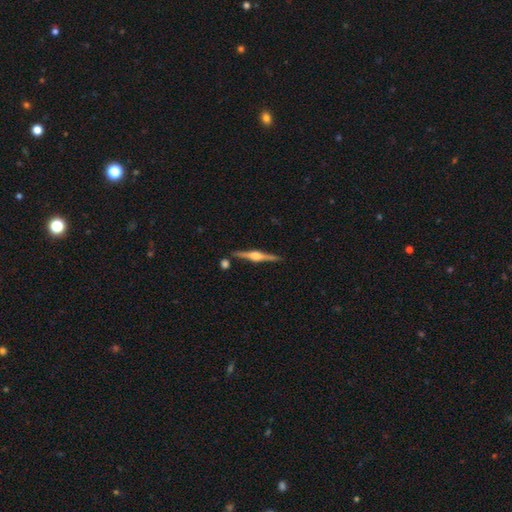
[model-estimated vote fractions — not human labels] Smooth or featured? Predicted: featured or disk (p=0.84). Edge-on disk? Predicted: yes (p=0.98). Edge-on bulge? Predicted: rounded (p=0.92). Merging? Predicted: none (p=0.88).